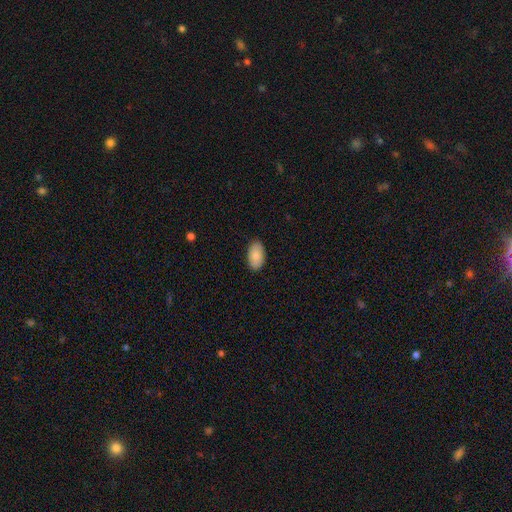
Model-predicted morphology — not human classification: Smooth or featured?
  - smooth: 86% *
  - featured or disk: 8%
  - star or artifact: 6%
How rounded?
  - in between: 95% *
  - round: 4%
  - cigar-shaped: 2%
Merging?
  - none: 88% *
  - minor disturbance: 9%
  - major disturbance: 2%
  - merger: 1%